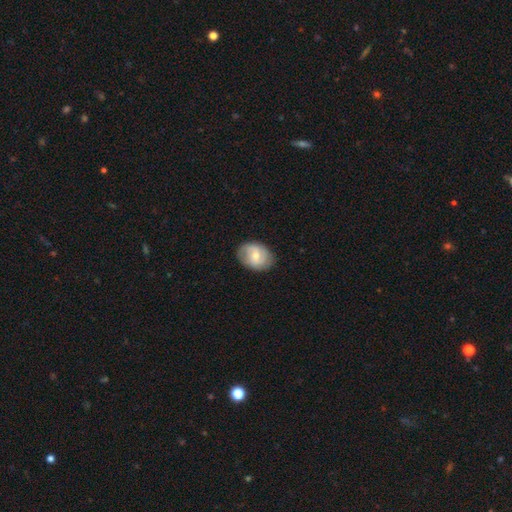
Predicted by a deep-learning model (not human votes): Smooth or featured? featured or disk (49%)
Merging? none (80%)